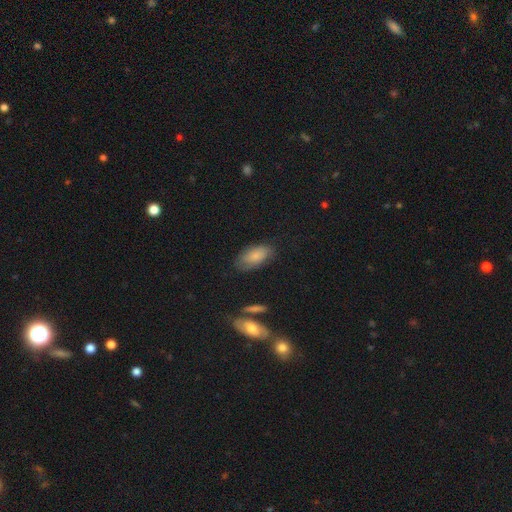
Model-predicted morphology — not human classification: This is clearly a smooth galaxy (80%). How rounded: clearly in between (92%). Merging: likely none (70%).